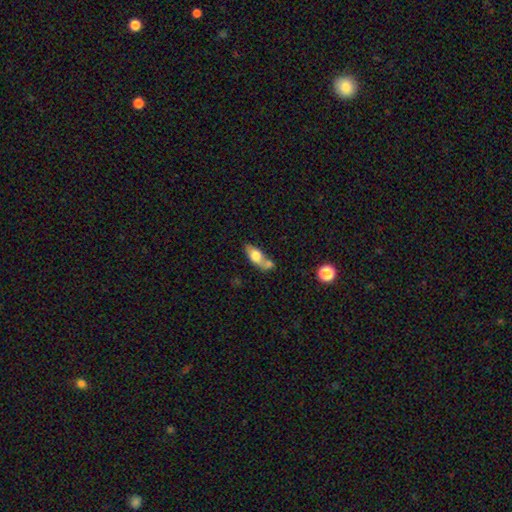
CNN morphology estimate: A smooth galaxy with no disk features (64%) that is in between round and cigar-shaped (73%).

Vote fractions:
- Smooth or featured? smooth: 64% / featured or disk: 28% / star or artifact: 8%
- How rounded? in between: 73% / cigar-shaped: 19% / round: 8%
- Merging? merger: 41% / none: 34% / minor disturbance: 17% / major disturbance: 8%